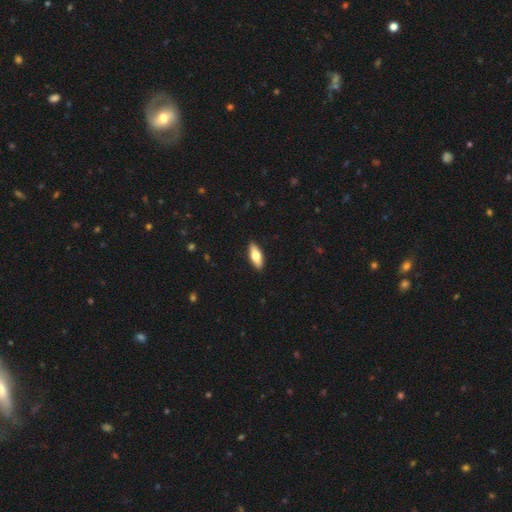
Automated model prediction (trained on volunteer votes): Smooth or featured? smooth (65%)
How rounded? in between (68%)
Merging? none (90%)